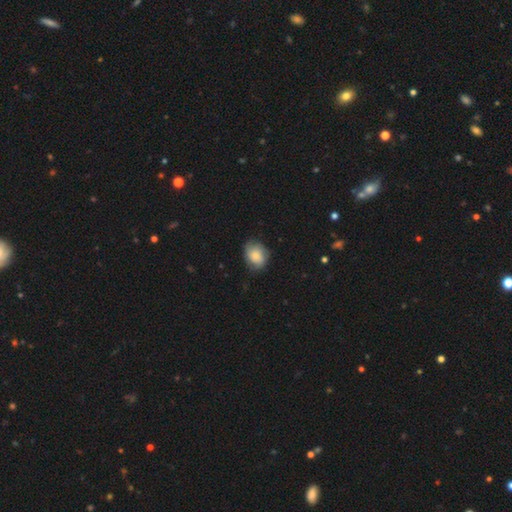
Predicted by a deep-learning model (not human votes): Overall: smooth (70%). How rounded: round (54%; in between 45%). Merging: none (68%).